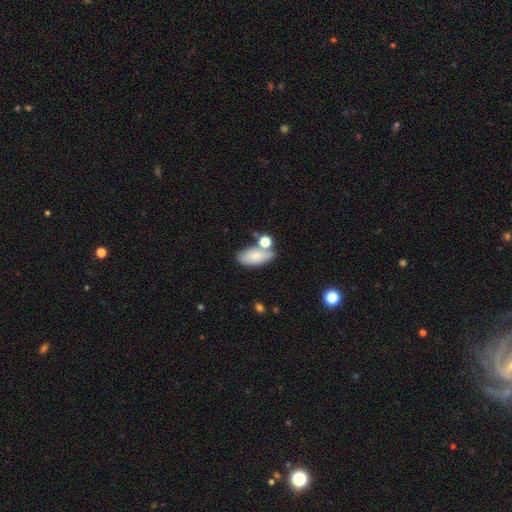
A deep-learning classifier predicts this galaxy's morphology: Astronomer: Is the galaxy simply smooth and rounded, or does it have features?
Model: smooth — 79%.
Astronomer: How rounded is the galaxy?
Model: in between — 90%.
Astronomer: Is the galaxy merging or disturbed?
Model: none — 55%.